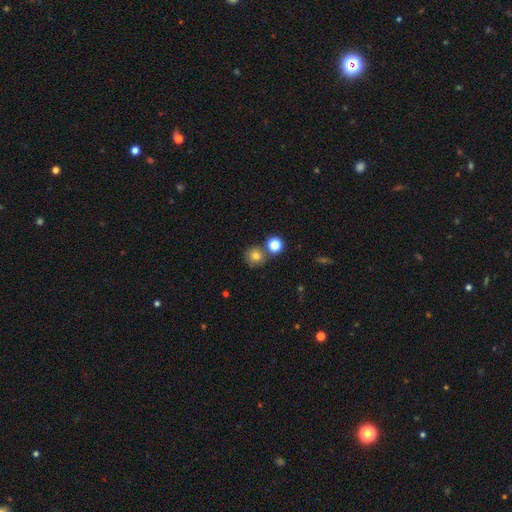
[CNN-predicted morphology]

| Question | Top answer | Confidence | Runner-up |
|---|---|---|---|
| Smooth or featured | smooth | 77% | star or artifact (14%) |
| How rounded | round | 90% | in between (9%) |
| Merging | none | 70% | merger (18%) |